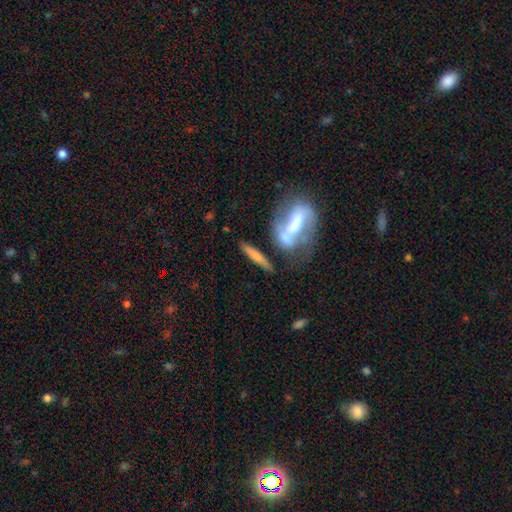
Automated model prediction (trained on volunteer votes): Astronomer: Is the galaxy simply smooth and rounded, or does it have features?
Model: smooth — 56% (runner-up: featured or disk, 37%).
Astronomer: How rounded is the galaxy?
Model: cigar-shaped — 85%.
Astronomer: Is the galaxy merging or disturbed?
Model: none — 68%.